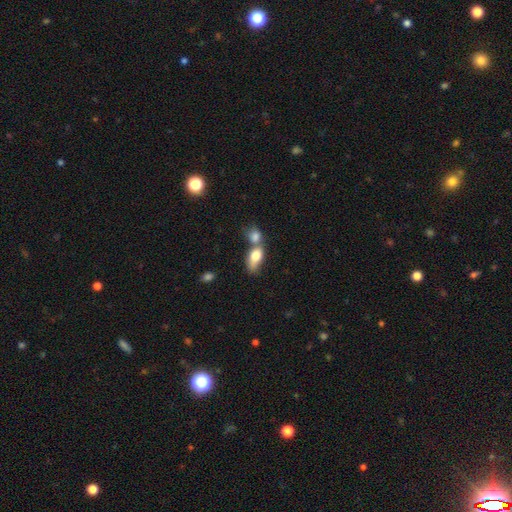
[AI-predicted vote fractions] Overall: smooth (77%). How rounded: in between (81%). Merging: merger (68%).